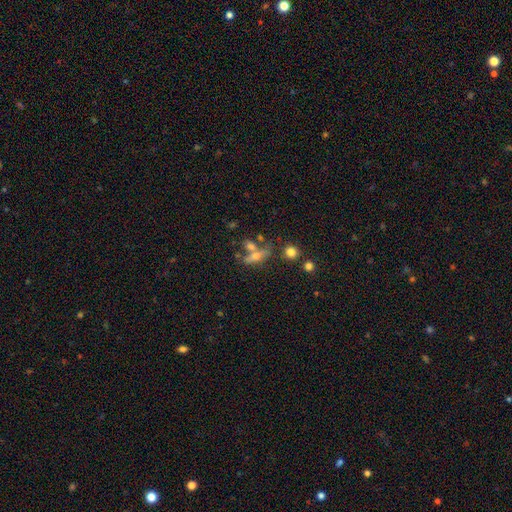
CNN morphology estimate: Q: Smooth or featured?
A: featured or disk (45%); runner-up: smooth (41%)
Q: Merging?
A: none (49%); runner-up: merger (27%)